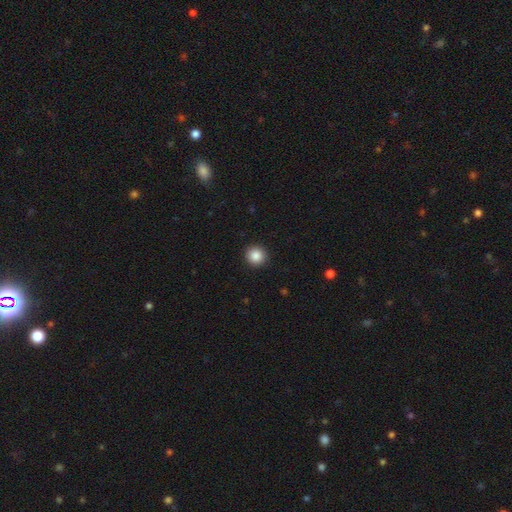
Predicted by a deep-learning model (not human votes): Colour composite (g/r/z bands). It shows a smooth galaxy with no disk features (88%) that is round (95%). Merging: none (93%).